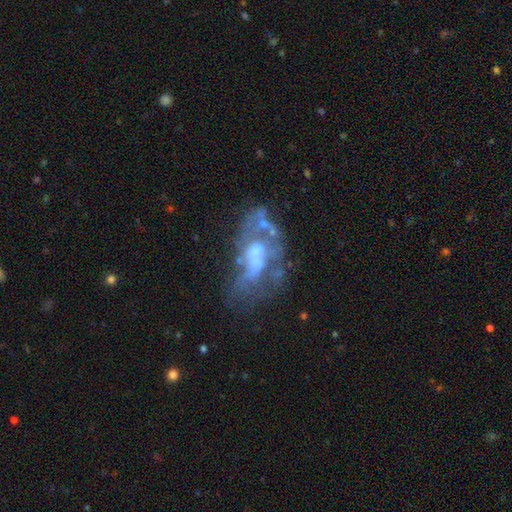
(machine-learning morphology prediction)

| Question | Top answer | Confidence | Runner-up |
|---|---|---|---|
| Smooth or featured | featured or disk | 67% | smooth (22%) |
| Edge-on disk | no | 95% | yes (5%) |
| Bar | no | 77% | weak (18%) |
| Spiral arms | no | 76% | yes (24%) |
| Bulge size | moderate | 39% | small (27%) |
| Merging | major disturbance | 32% | none (31%) |